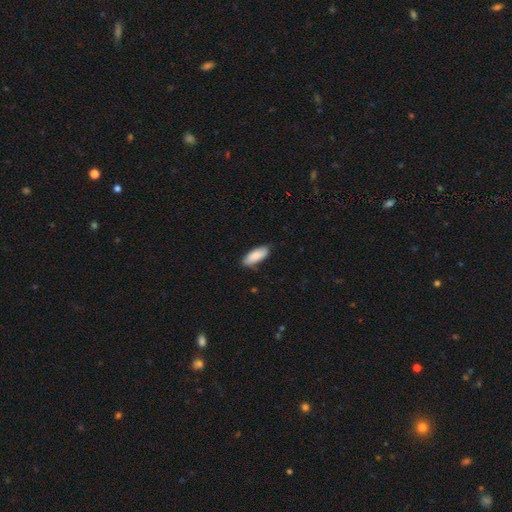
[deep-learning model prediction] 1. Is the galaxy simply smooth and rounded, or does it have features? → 88% smooth, 6% featured or disk, 5% star or artifact.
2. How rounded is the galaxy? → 80% in between, 19% cigar-shaped, 2% round.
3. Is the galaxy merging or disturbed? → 80% none, 16% minor disturbance, 2% major disturbance, 1% merger.